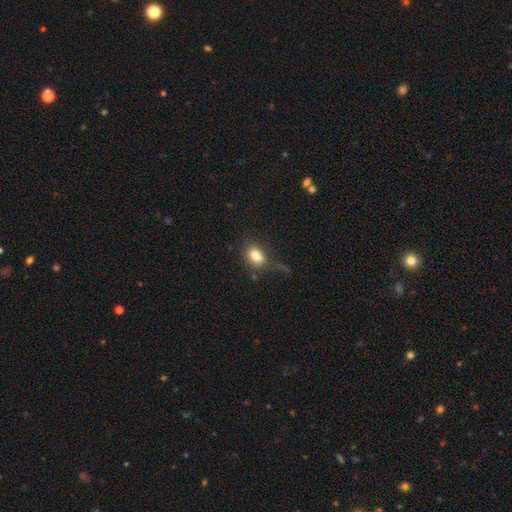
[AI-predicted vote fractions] Morphology: type=smooth (80%); roundness=in between (66%); merging=none (56%).